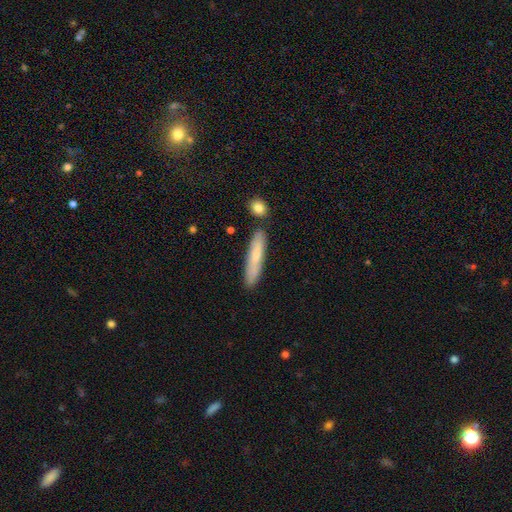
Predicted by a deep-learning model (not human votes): A smooth galaxy with no disk features (68%) that is cigar-shaped (89%). Merging: none (81%).